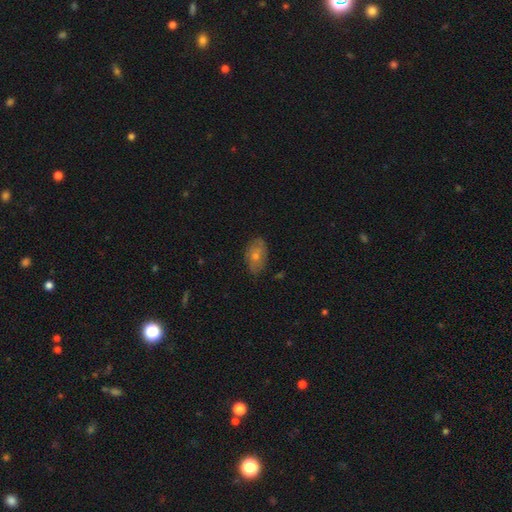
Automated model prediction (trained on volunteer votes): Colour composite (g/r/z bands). It shows a smooth galaxy with no disk features (49%). Merging: none (77%).